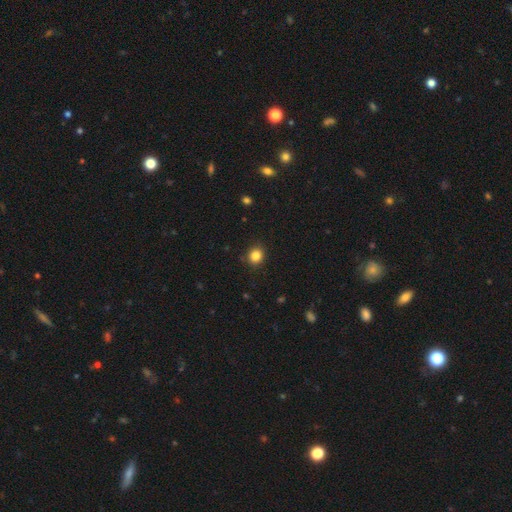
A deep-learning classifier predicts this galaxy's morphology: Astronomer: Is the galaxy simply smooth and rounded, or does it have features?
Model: smooth — 85%.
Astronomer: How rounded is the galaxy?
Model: round — 80%.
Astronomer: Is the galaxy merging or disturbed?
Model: none — 88%.